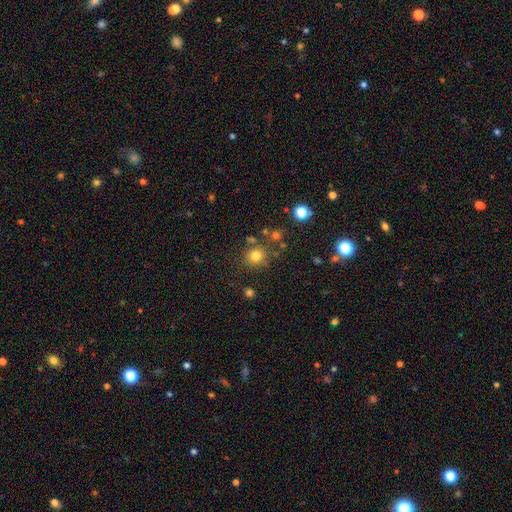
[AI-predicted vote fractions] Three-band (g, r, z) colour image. It shows a smooth galaxy with no disk features (78%) that is round (85%). Merging: none (76%).